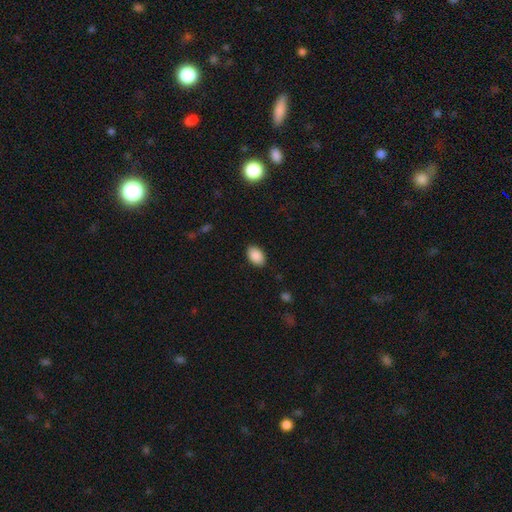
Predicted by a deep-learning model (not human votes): A smooth galaxy with no disk features (89%) that is in between round and cigar-shaped (90%).

Vote fractions:
- Smooth or featured? smooth: 89% / star or artifact: 7% / featured or disk: 3%
- How rounded? in between: 90% / round: 9% / cigar-shaped: 1%
- Merging? none: 88% / minor disturbance: 9% / major disturbance: 2% / merger: 1%